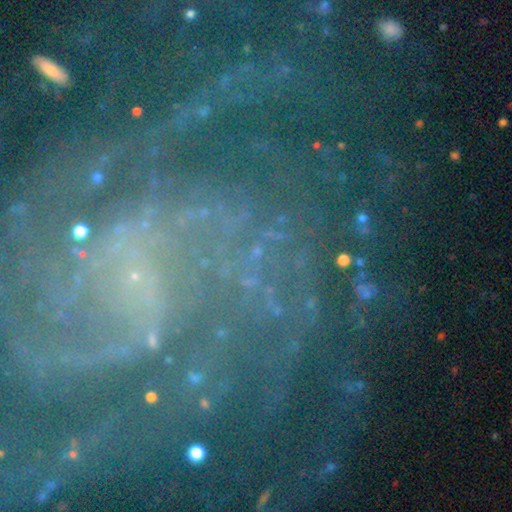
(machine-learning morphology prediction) type=star or artifact (45%).